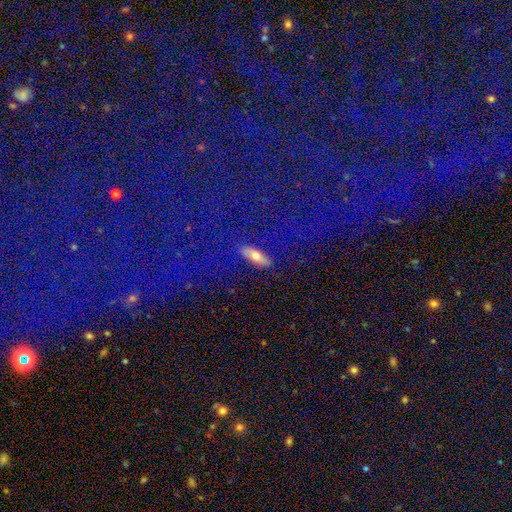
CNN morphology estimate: Smooth or featured? smooth (64%)
How rounded? in between (59%)
Merging? none (85%)